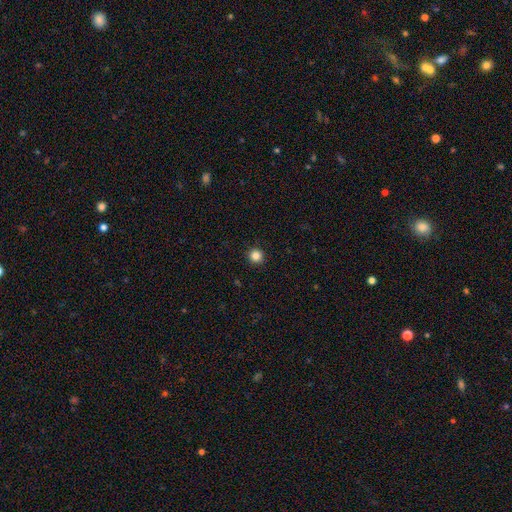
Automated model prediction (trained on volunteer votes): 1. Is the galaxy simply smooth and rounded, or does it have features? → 85% smooth, 11% star or artifact, 4% featured or disk.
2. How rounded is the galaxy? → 95% round, 4% in between, 1% cigar-shaped.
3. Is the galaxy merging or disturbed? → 93% none, 4% minor disturbance, 2% major disturbance, 1% merger.